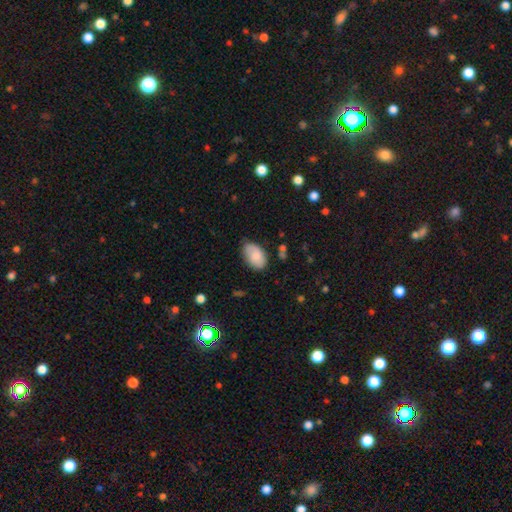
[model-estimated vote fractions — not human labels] smooth-or-featured: smooth: 83% | featured or disk: 11% | star or artifact: 7%
  how-rounded: in between: 91% | round: 7% | cigar-shaped: 1%
  merging: none: 67% | minor disturbance: 26% | major disturbance: 5% | merger: 2%